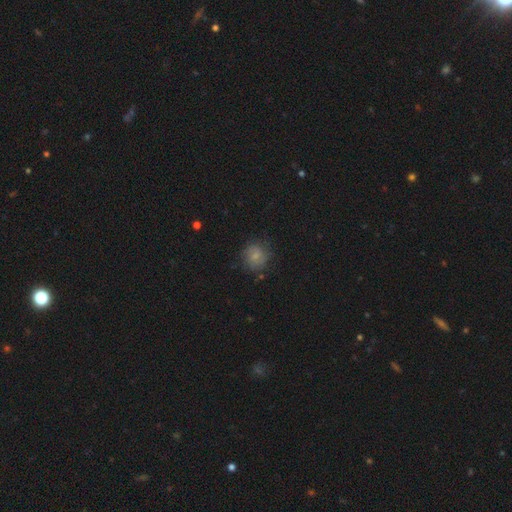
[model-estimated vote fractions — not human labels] This is likely a smooth galaxy (66%). How rounded: clearly round (83%). Merging: likely none (70%).